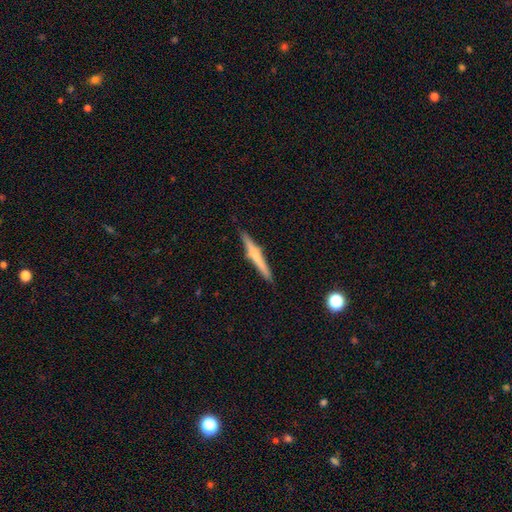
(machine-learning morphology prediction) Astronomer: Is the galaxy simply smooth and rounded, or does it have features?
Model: featured or disk — 47%, tied with smooth at 47%.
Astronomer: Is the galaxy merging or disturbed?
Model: none — 87%.